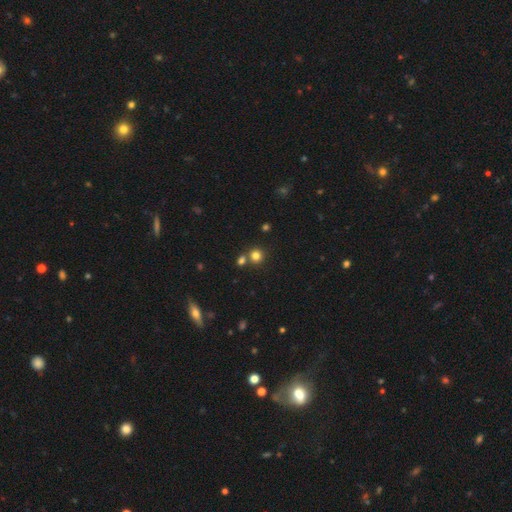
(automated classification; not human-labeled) Q: Smooth or featured?
A: smooth (80%); runner-up: star or artifact (14%)
Q: How rounded?
A: round (91%); runner-up: in between (8%)
Q: Merging?
A: none (70%); runner-up: merger (21%)